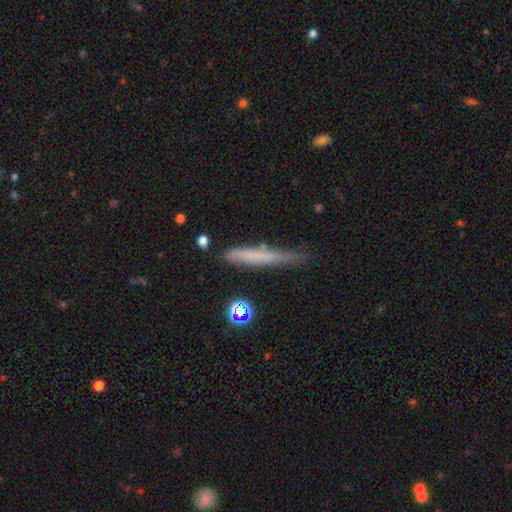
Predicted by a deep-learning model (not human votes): Smooth or featured?
  - smooth: 60% *
  - featured or disk: 31%
  - star or artifact: 9%
How rounded?
  - cigar-shaped: 95% *
  - in between: 4%
  - round: 2%
Merging?
  - none: 66% *
  - minor disturbance: 25%
  - major disturbance: 6%
  - merger: 4%